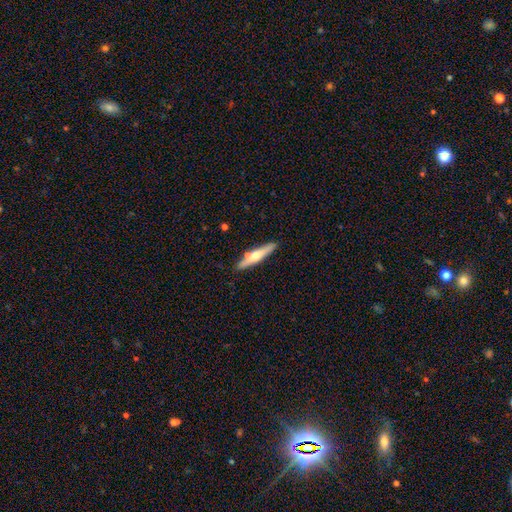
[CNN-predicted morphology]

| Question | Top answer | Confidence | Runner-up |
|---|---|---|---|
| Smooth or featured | featured or disk | 50% | smooth (45%) |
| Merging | none | 80% | minor disturbance (10%) |